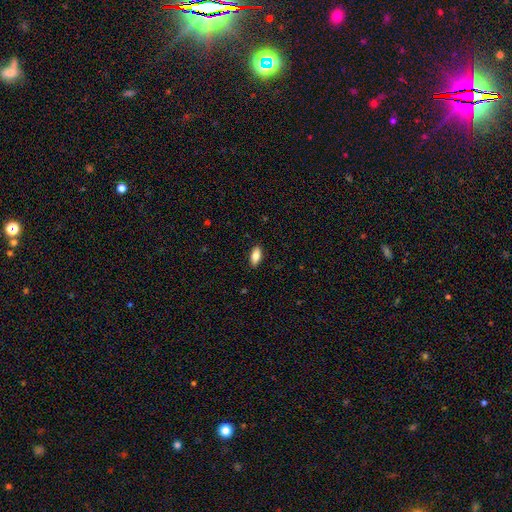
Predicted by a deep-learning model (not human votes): Overall: smooth (83%). How rounded: in between (86%). Merging: none (89%).